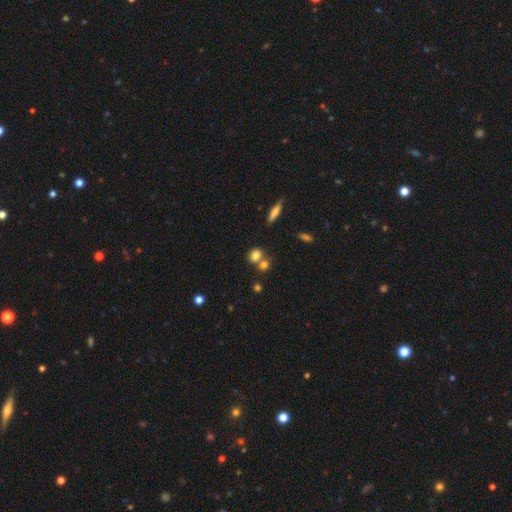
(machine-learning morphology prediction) A smooth galaxy with no disk features (78%) that is round (66%). Merging: none (48%).